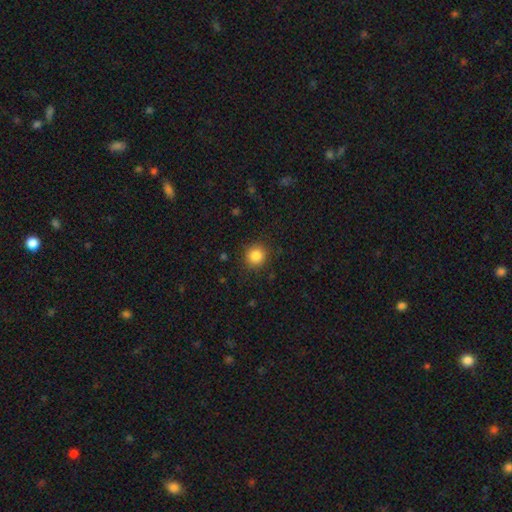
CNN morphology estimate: A smooth galaxy with no disk features (85%) that is round (91%).

Vote fractions:
- Smooth or featured? smooth: 85% / star or artifact: 10% / featured or disk: 4%
- How rounded? round: 91% / in between: 8% / cigar-shaped: 1%
- Merging? none: 89% / minor disturbance: 8% / major disturbance: 3% / merger: 1%